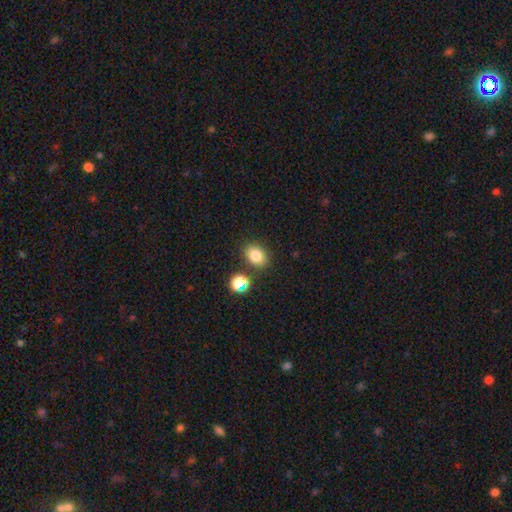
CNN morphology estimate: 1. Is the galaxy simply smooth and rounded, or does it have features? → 81% smooth, 12% star or artifact, 7% featured or disk.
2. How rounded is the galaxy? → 66% in between, 32% round, 1% cigar-shaped.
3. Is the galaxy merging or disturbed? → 80% none, 10% minor disturbance, 8% merger, 3% major disturbance.